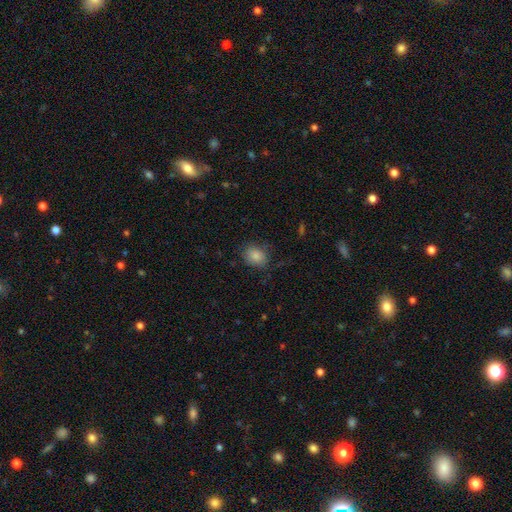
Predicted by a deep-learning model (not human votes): Smooth or featured: smooth — 85% (star or artifact — 9%)
How rounded: in between — 55% (round — 44%)
Merging: none — 77% (minor disturbance — 17%)